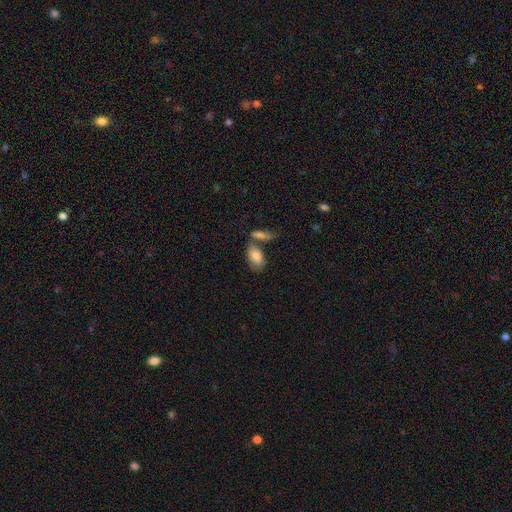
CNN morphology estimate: Smooth or featured? Predicted: smooth (p=0.83). How rounded? Predicted: in between (p=0.91). Merging? Predicted: none (p=0.45).